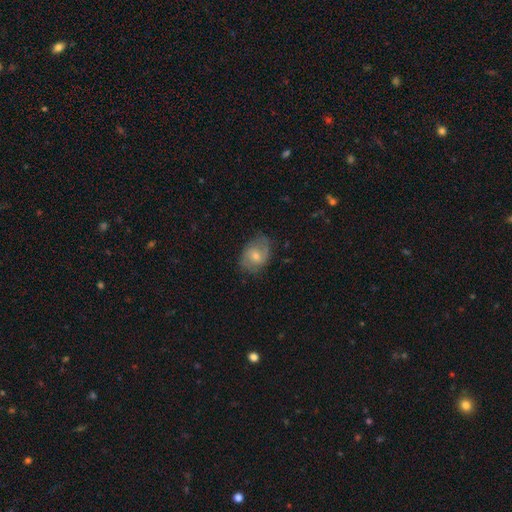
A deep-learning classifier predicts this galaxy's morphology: Overall: featured or disk (53%; smooth 40%). Edge-on disk: no (97%). Bar: no (55%; weak 38%). Spiral arms: yes (82%). Bulge size: moderate (47%; small 44%). Merging: none (66%).